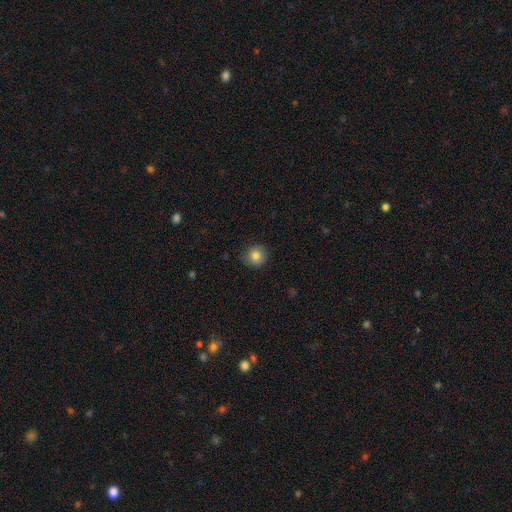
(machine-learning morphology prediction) Smooth or featured? smooth (82%)
How rounded? round (91%)
Merging? none (86%)